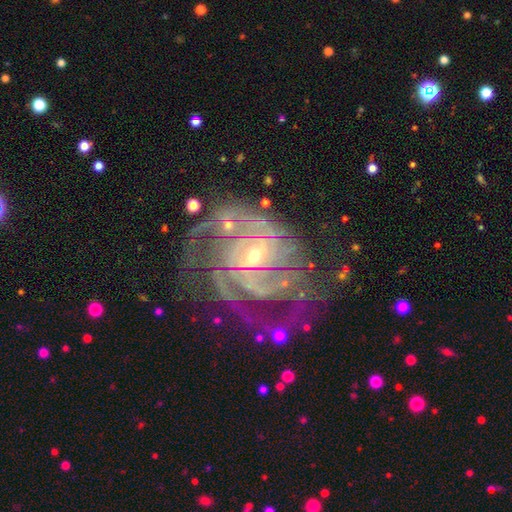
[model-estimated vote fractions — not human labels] Smooth or featured? featured or disk (89%)
Edge-on disk? no (97%)
Bar? no (48%)
Spiral arms? yes (96%)
Spiral winding? tight (61%)
Spiral arm count? can't tell (26%)
Bulge size? small (60%)
Merging? none (58%)